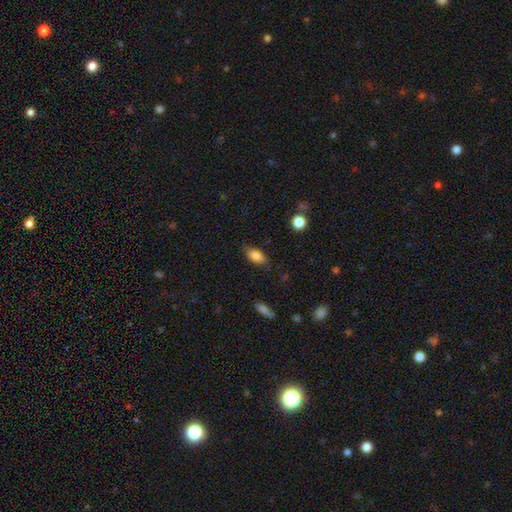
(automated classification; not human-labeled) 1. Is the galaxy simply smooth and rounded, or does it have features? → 84% smooth, 8% star or artifact, 8% featured or disk.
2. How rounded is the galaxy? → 87% in between, 9% cigar-shaped, 4% round.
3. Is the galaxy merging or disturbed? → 80% none, 15% minor disturbance, 4% major disturbance, 2% merger.